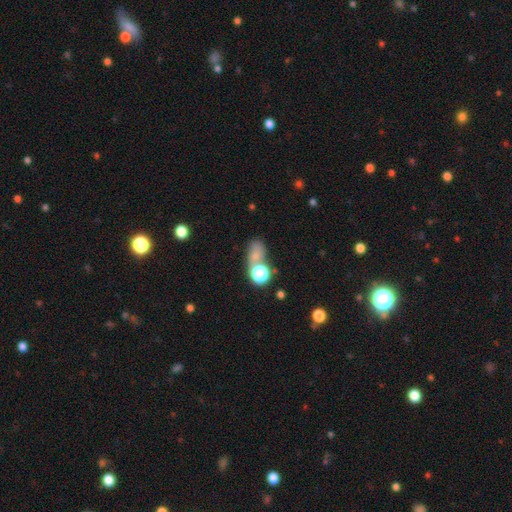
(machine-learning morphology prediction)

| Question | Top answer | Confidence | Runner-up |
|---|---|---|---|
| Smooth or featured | smooth | 63% | star or artifact (25%) |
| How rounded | in between | 59% | round (37%) |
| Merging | none | 41% | merger (33%) |